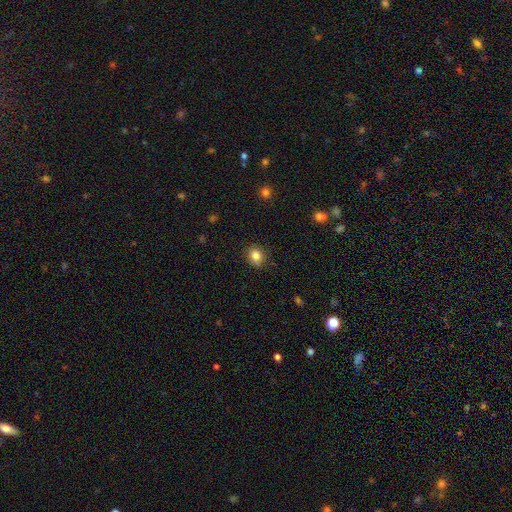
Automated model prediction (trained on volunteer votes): Overall: smooth (84%). How rounded: round (69%; in between 30%). Merging: none (85%).